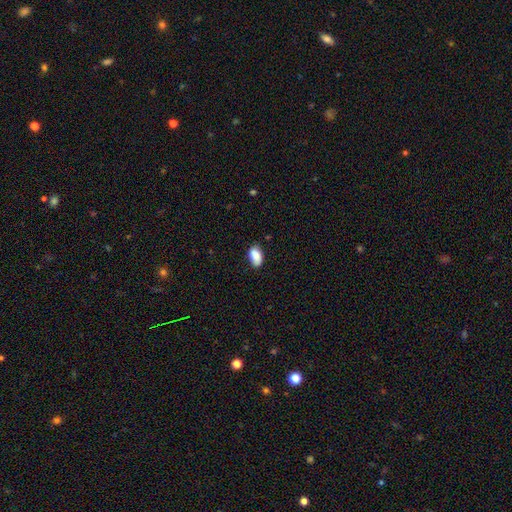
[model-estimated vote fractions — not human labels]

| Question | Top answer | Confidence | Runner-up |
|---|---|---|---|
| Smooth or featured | smooth | 87% | star or artifact (7%) |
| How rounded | in between | 93% | round (5%) |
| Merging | none | 76% | minor disturbance (20%) |